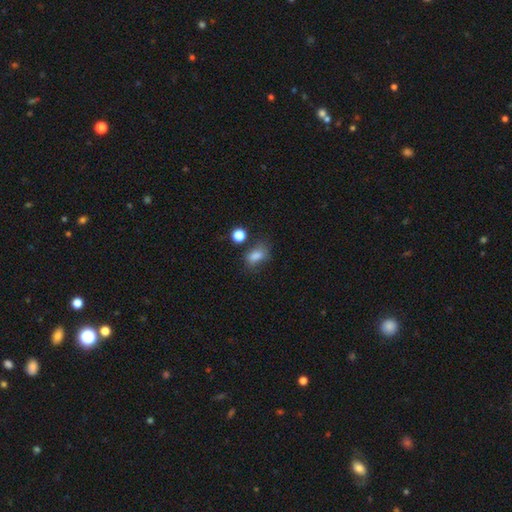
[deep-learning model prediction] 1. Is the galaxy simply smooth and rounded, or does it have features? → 79% smooth, 13% star or artifact, 8% featured or disk.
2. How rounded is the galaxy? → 75% in between, 23% round, 2% cigar-shaped.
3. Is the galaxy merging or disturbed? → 56% none, 23% minor disturbance, 10% major disturbance, 10% merger.